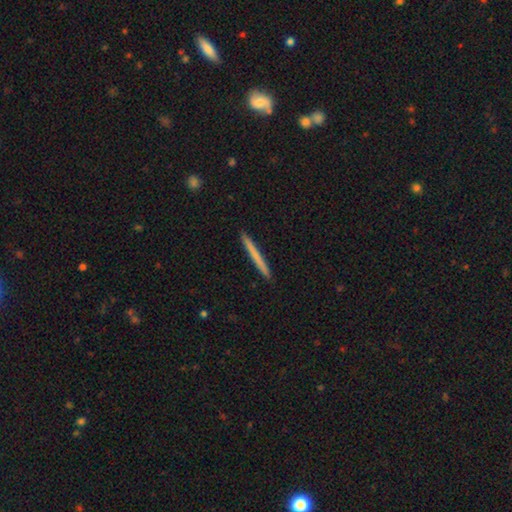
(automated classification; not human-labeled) This is likely a smooth galaxy (64%). How rounded: clearly cigar-shaped (97%). Merging: clearly none (93%).